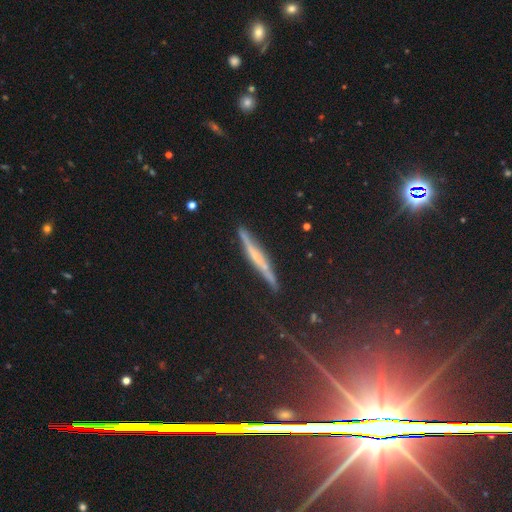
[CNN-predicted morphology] Smooth or featured? featured or disk (55%)
Edge-on disk? yes (91%)
Edge-on bulge? none (57%)
Merging? none (80%)